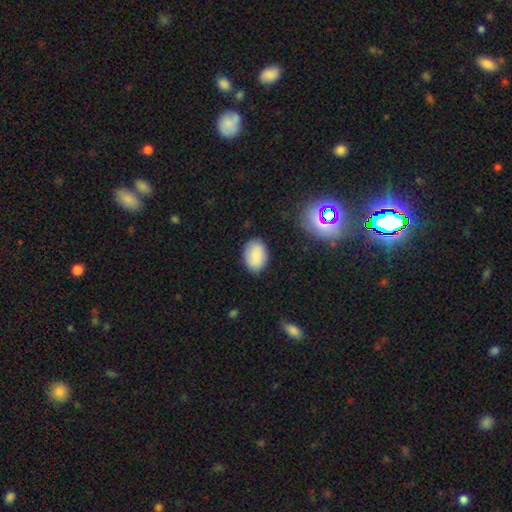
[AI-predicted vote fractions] A smooth galaxy with no disk features (81%) that is in between round and cigar-shaped (83%).

Vote fractions:
- Smooth or featured? smooth: 81% / featured or disk: 11% / star or artifact: 8%
- How rounded? in between: 83% / round: 16% / cigar-shaped: 1%
- Merging? none: 83% / minor disturbance: 13% / major disturbance: 3% / merger: 2%